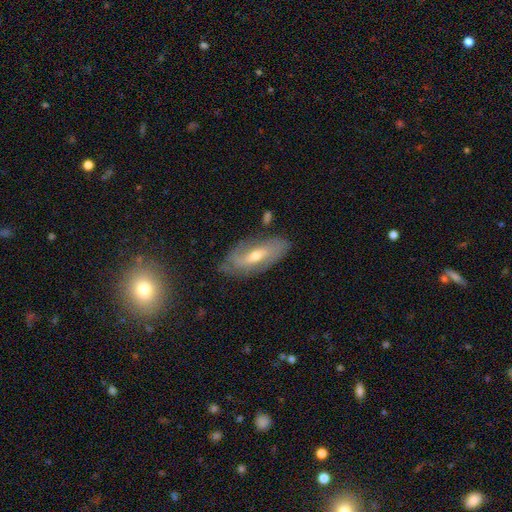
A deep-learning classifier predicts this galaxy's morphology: Overall: featured or disk (66%; smooth 27%). Edge-on disk: no (83%). Bar: weak (40%; no 36%). Spiral arms: yes (76%). Bulge size: moderate (57%; small 38%). Merging: none (69%).